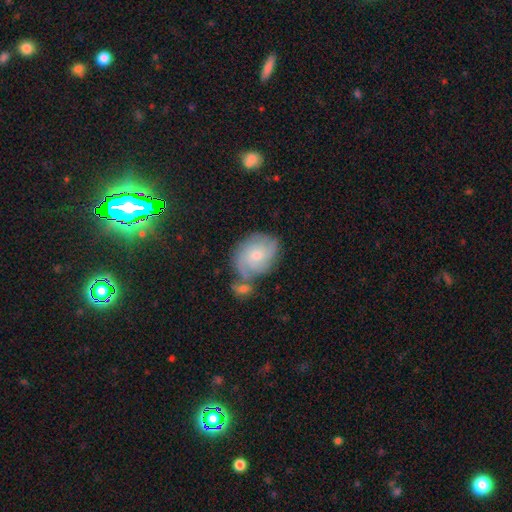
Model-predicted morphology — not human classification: A featured or disk galaxy (61%) with no bar (72%), tight (55%) spiral arms (89%) and a moderate central bulge (52%). Merging: none (53%).